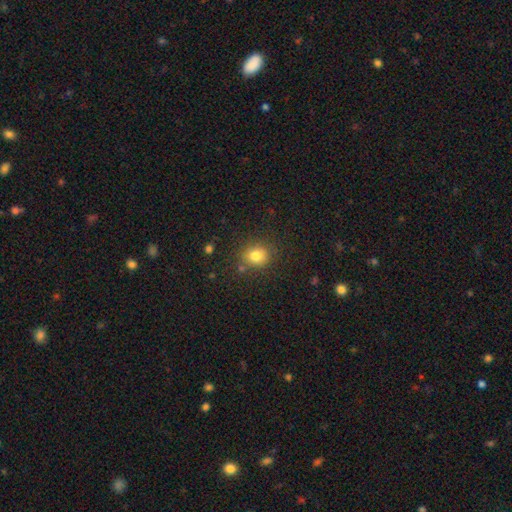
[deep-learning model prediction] This appears to be a smooth galaxy with no disk features (80%) that is round (75%). Merging: none (79%).